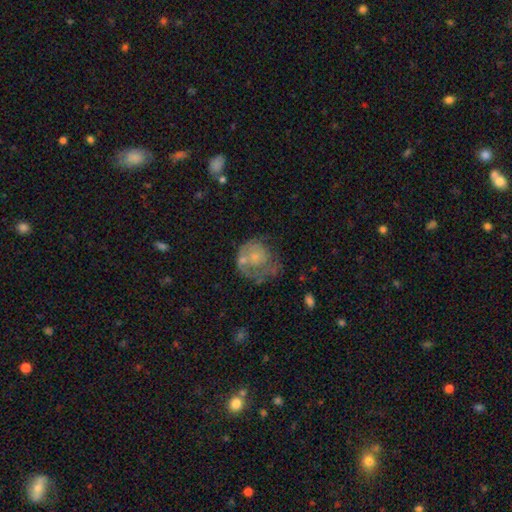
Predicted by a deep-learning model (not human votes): Morphology: type=featured or disk (53%); edge-on=no (98%); bar=no (86%); spiral arms=no (56%); bulge=small (49%); merging=none (38%).